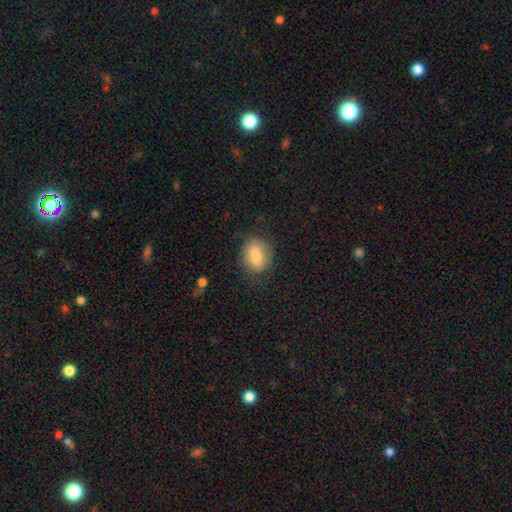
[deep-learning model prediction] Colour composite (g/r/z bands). It shows a smooth galaxy with no disk features (78%) that is in between round and cigar-shaped (59%). Merging: none (78%).